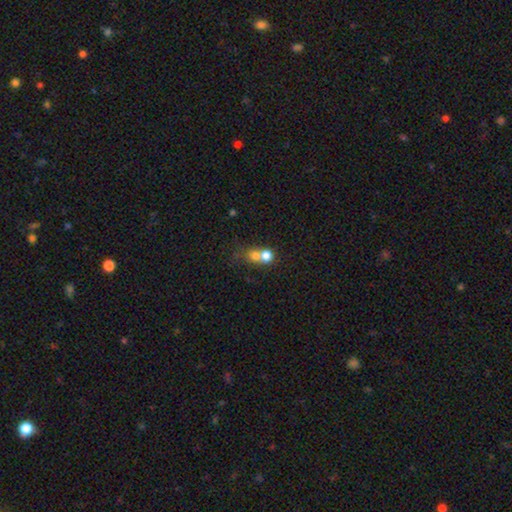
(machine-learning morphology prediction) Q: Smooth or featured?
A: smooth (73%); runner-up: featured or disk (15%)
Q: How rounded?
A: round (79%); runner-up: in between (20%)
Q: Merging?
A: merger (63%); runner-up: none (28%)